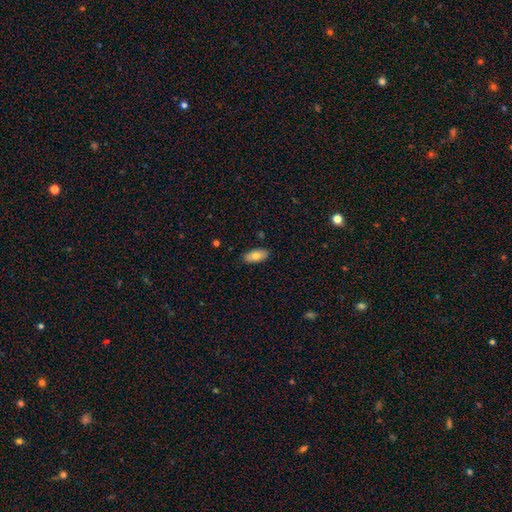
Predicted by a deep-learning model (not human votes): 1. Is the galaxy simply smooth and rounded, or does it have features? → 78% smooth, 16% featured or disk, 7% star or artifact.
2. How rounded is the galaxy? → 91% in between, 7% cigar-shaped, 2% round.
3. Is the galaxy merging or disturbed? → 87% none, 10% minor disturbance, 2% major disturbance, 1% merger.